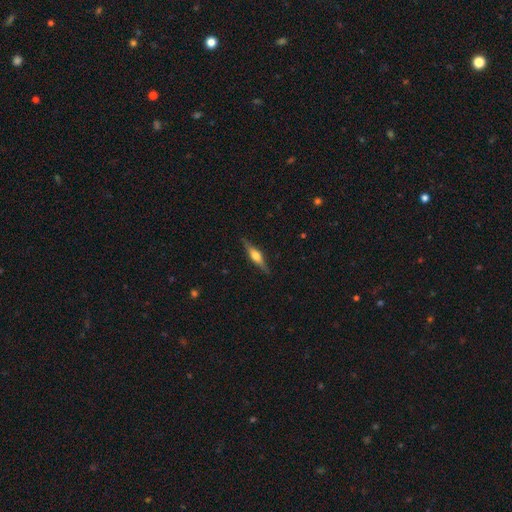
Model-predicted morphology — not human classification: smooth-or-featured: featured or disk: 67% | smooth: 28% | star or artifact: 6%
  disk-edge-on: yes: 97% | no: 3%
    edge-on-bulge: rounded: 89% | boxy: 8% | none: 3%
  merging: none: 88% | minor disturbance: 9% | major disturbance: 2% | merger: 1%